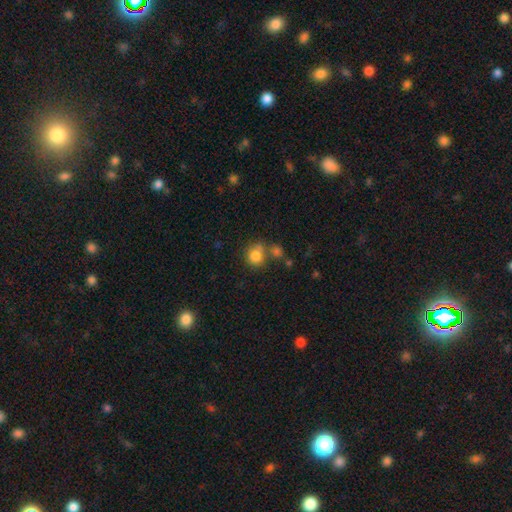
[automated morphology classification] This appears to be a smooth galaxy with no disk features (82%) that is round (82%). Merging: none (57%).